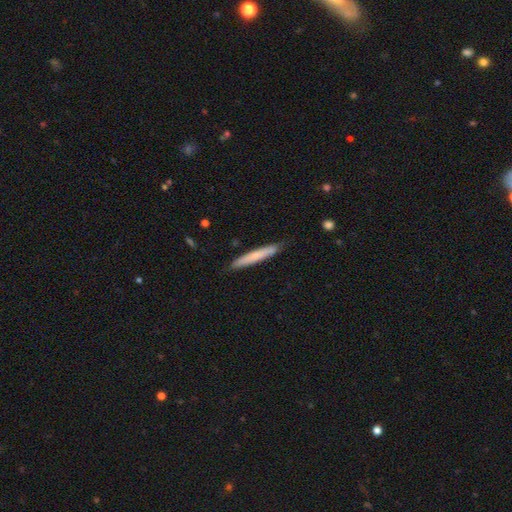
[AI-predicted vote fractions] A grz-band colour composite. It shows a smooth galaxy with no disk features (69%) that is cigar-shaped (96%). Merging: none (85%).